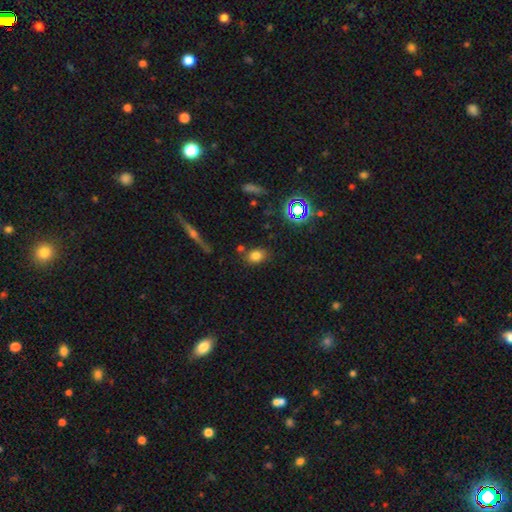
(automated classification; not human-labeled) The model was most divided on "how rounded": in between: 64%, round: 34%, cigar-shaped: 2%. More confident: merging — none (77%); smooth or featured — smooth (76%).